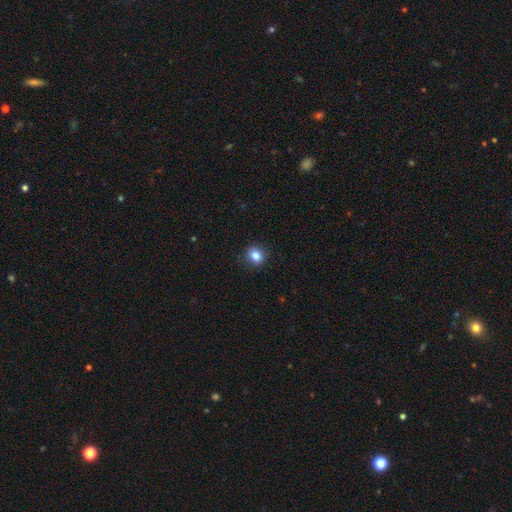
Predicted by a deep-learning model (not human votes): Overall: smooth (84%). How rounded: round (67%; in between 32%). Merging: none (88%).